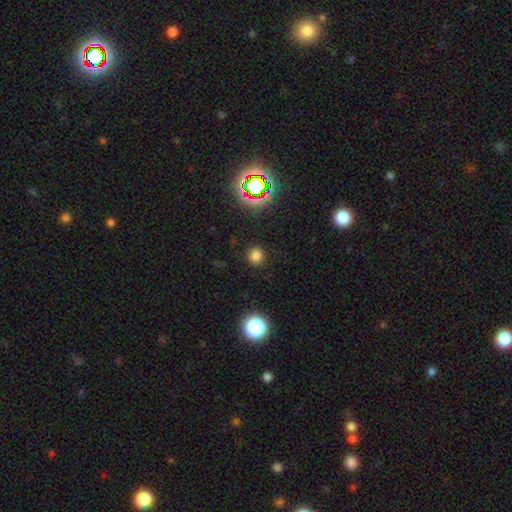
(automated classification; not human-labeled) smooth 76%, star or artifact 19%, featured or disk 5%. Down the decision tree: how rounded — round (91%); merging — none (90%).